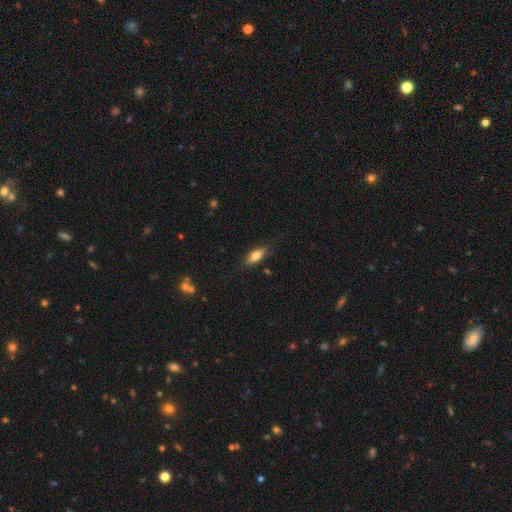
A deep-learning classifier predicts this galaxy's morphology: A smooth galaxy with no disk features (73%) that is in between round and cigar-shaped (76%).

Vote fractions:
- Smooth or featured? smooth: 73% / featured or disk: 20% / star or artifact: 7%
- How rounded? in between: 76% / cigar-shaped: 21% / round: 3%
- Merging? none: 79% / minor disturbance: 16% / major disturbance: 4% / merger: 2%